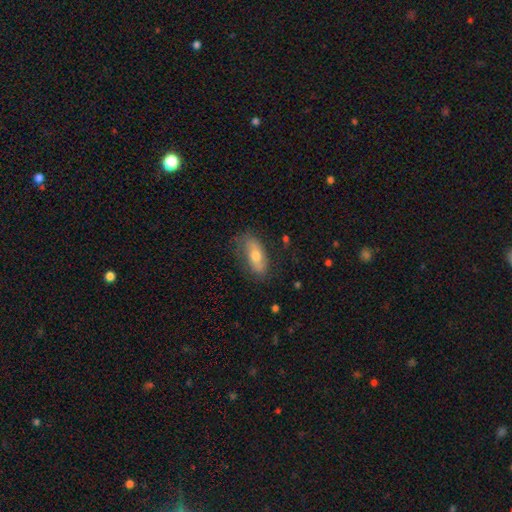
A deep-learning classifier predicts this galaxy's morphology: A smooth galaxy with no disk features (56%) that is in between round and cigar-shaped (78%). Merging: none (69%).